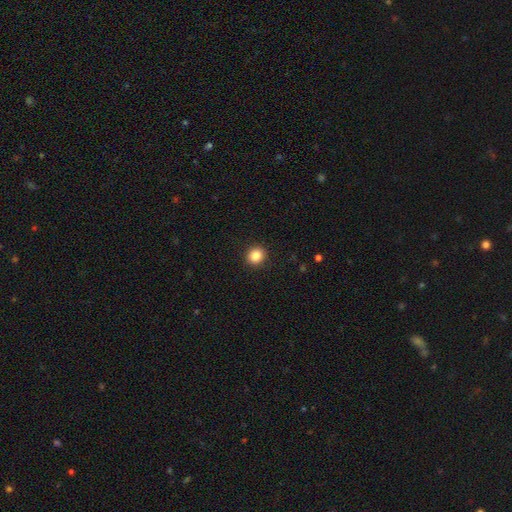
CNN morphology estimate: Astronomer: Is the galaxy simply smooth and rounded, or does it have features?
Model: smooth — 86%.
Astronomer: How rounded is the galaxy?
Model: round — 85%.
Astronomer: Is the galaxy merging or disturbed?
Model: none — 92%.